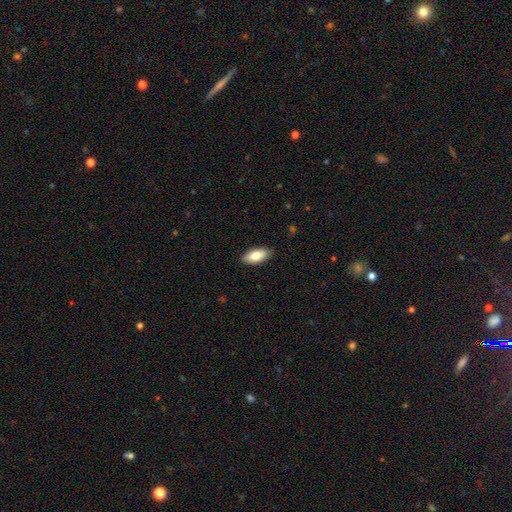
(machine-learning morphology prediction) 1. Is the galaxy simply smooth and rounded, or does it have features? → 83% smooth, 11% featured or disk, 6% star or artifact.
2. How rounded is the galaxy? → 88% in between, 10% cigar-shaped, 2% round.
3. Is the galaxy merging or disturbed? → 88% none, 9% minor disturbance, 2% major disturbance, 1% merger.